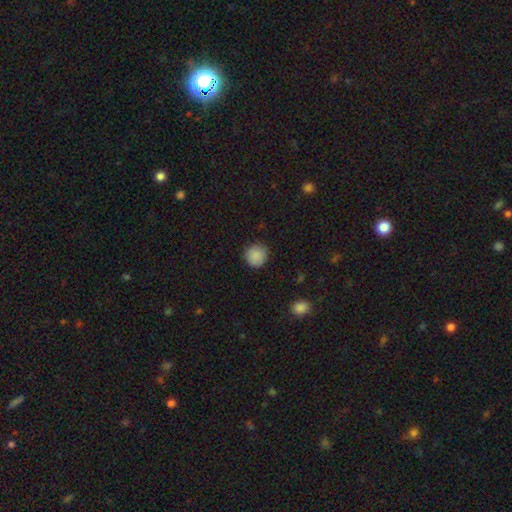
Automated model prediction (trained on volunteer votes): smooth-or-featured: smooth: 87% | star or artifact: 8% | featured or disk: 5%
  how-rounded: round: 93% | in between: 6% | cigar-shaped: 1%
  merging: none: 87% | minor disturbance: 10% | major disturbance: 2% | merger: 1%